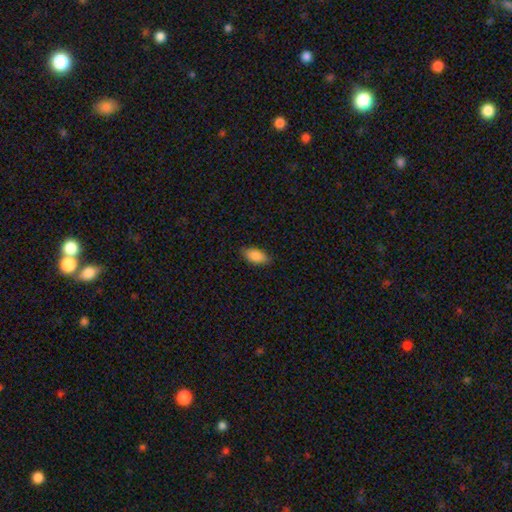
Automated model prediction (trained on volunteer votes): This is clearly a smooth galaxy (89%). How rounded: clearly in between (90%). Merging: clearly none (86%).